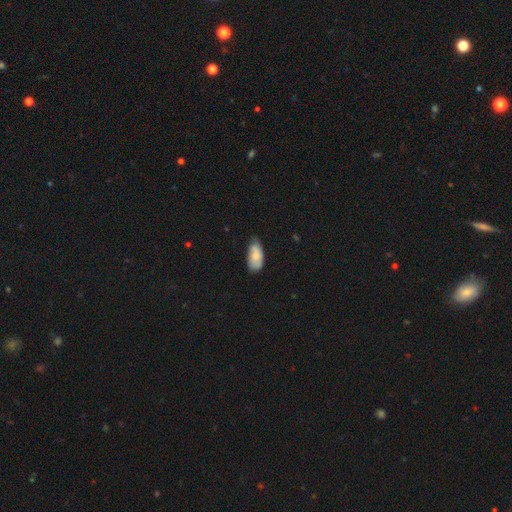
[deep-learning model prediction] This is likely a smooth galaxy (73%). How rounded: clearly in between (91%). Merging: possibly none (56%).